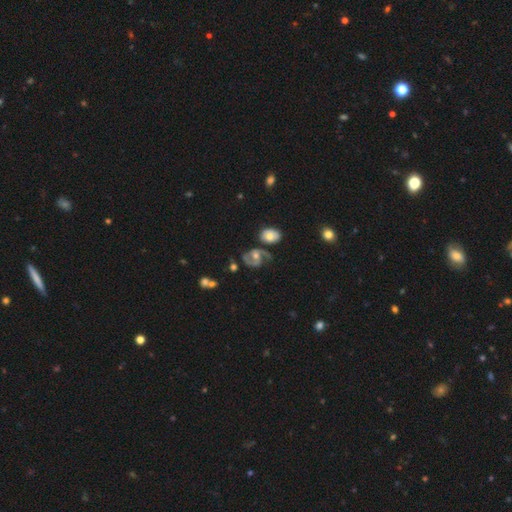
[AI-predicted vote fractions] smooth-or-featured: featured or disk: 77% | smooth: 15% | star or artifact: 7%
  disk-edge-on: no: 97% | yes: 3%
    bar: no: 48% | weak: 38% | strong: 13%
    has-spiral-arms: yes: 88% | no: 12%
      spiral-winding: medium: 52% | loose: 25% | tight: 23%
      spiral-arm-count: 2: 83% | 1: 8% | can't tell: 5% | 3: 1% | 4: 1% | more than 4: 1%
    bulge-size: moderate: 66% | small: 24% | large: 6% | none: 3% | dominant: 1%
  merging: none: 54% | minor disturbance: 19% | merger: 14% | major disturbance: 12%